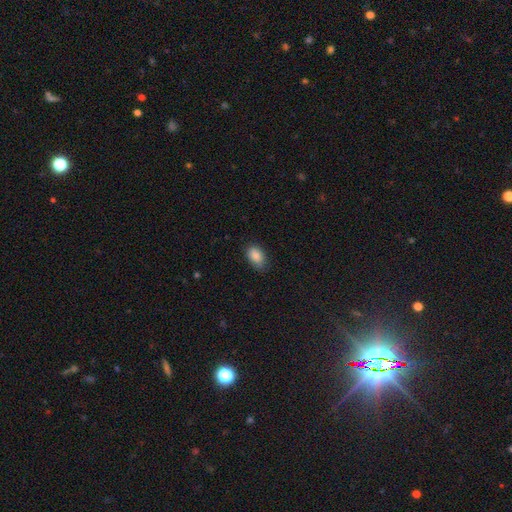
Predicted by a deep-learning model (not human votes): Smooth or featured: smooth — 87% (star or artifact — 8%)
How rounded: in between — 89% (round — 10%)
Merging: none — 77% (minor disturbance — 19%)